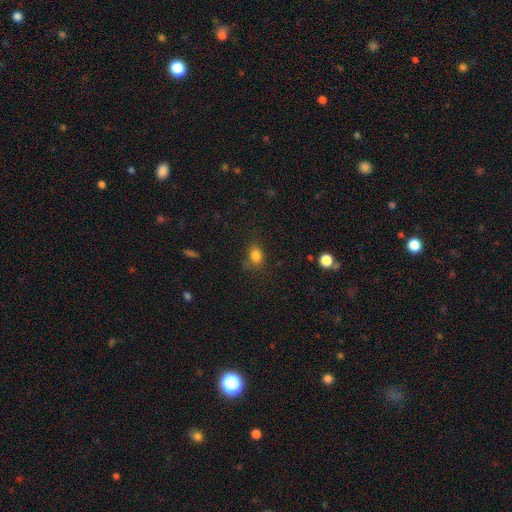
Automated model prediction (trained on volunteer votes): smooth-or-featured: smooth: 82% | star or artifact: 13% | featured or disk: 5%
  how-rounded: in between: 59% | round: 40% | cigar-shaped: 1%
  merging: none: 72% | minor disturbance: 19% | major disturbance: 7% | merger: 3%